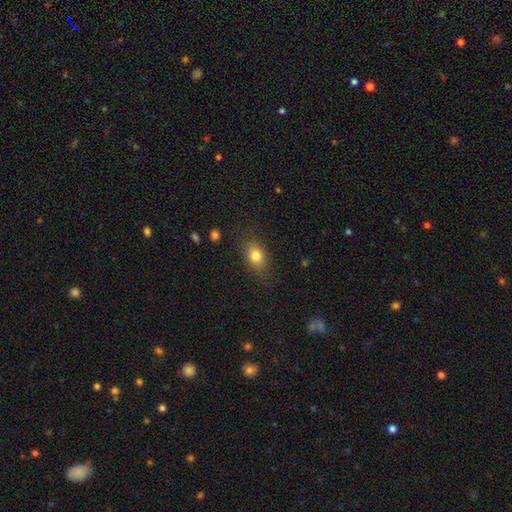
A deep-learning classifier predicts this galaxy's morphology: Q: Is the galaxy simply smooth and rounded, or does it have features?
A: smooth — 80%.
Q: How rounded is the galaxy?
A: in between — 73%.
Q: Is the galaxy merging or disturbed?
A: none — 79%.